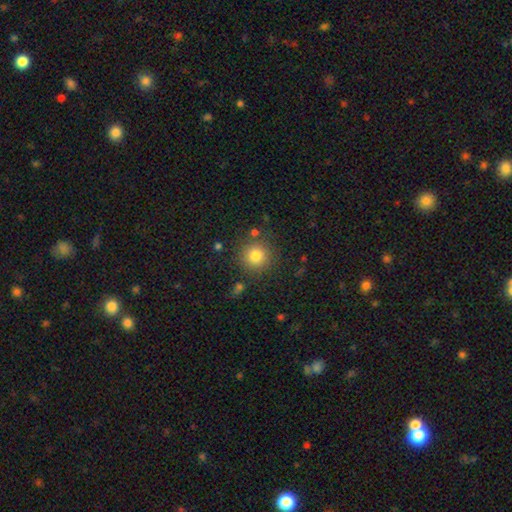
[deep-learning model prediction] Overall: smooth (81%). How rounded: round (94%). Merging: none (84%).